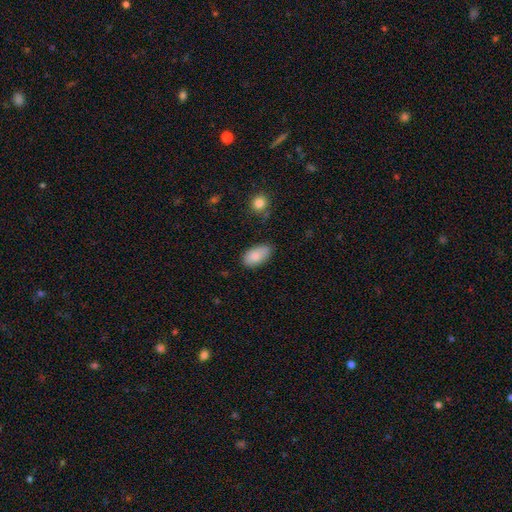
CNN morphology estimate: Overall: smooth (87%). How rounded: in between (94%). Merging: none (74%).